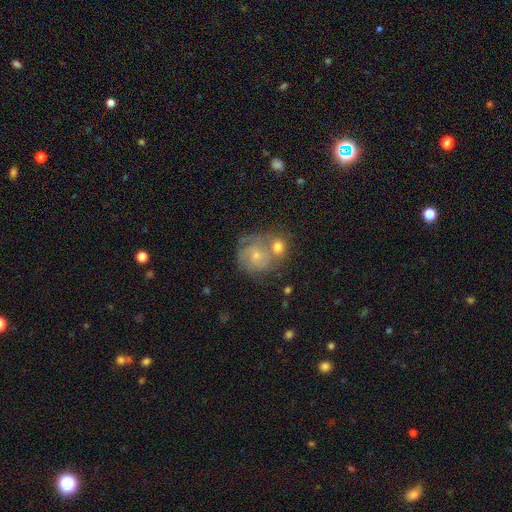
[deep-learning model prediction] Smooth or featured?
  - featured or disk: 63% *
  - smooth: 29%
  - star or artifact: 8%
Edge-on disk?
  - no: 98% *
  - yes: 2%
Bar?
  - no: 74% *
  - weak: 22%
  - strong: 3%
Spiral arms?
  - yes: 87% *
  - no: 13%
Spiral winding?
  - tight: 58% *
  - medium: 33%
  - loose: 9%
Spiral arm count?
  - can't tell: 32% *
  - 2: 28%
  - 3: 24%
  - 4: 6%
  - 1: 5%
  - more than 4: 4%
Bulge size?
  - small: 61% *
  - moderate: 32%
  - none: 4%
  - large: 2%
  - dominant: 1%
Merging?
  - none: 41% *
  - merger: 36%
  - minor disturbance: 15%
  - major disturbance: 8%